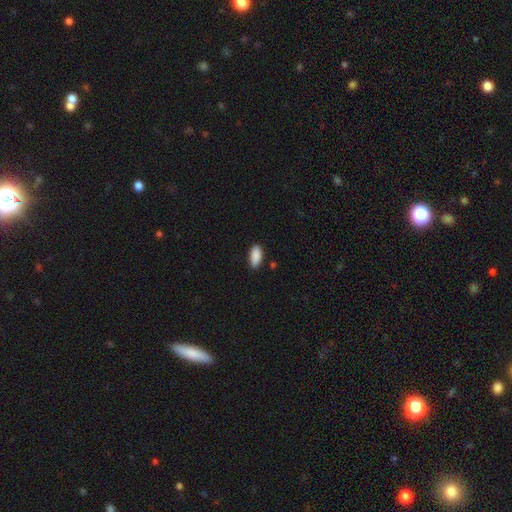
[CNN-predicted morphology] type=smooth (90%); roundness=in between (88%); merging=none (86%).